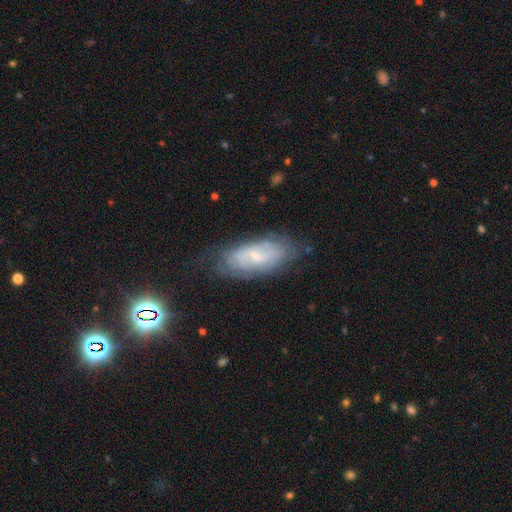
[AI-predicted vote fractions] This appears to be a featured or disk galaxy (65%) with a weak bar (47%), spiral arms (76%) and a small central bulge (70%). Merging: none (67%).